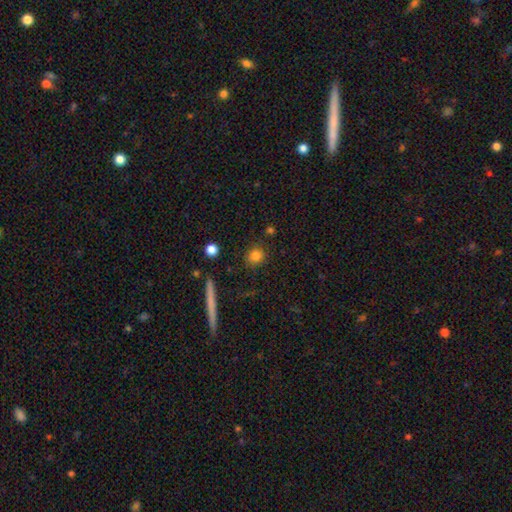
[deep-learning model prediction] The model was most divided on "smooth or featured": smooth: 82%, star or artifact: 11%, featured or disk: 7%. More confident: merging — none (86%); how rounded — round (85%).